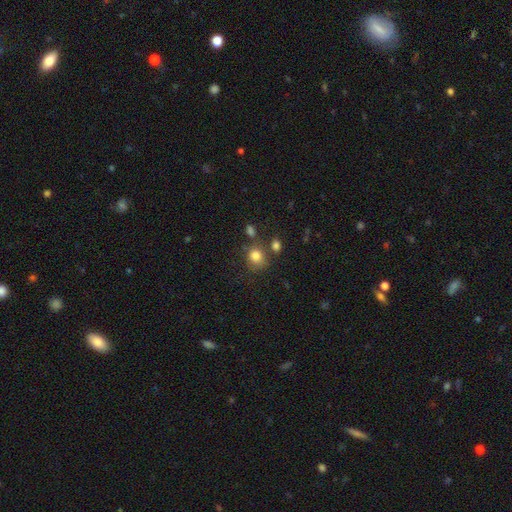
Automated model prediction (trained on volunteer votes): Smooth or featured: smooth — 82% (star or artifact — 11%)
How rounded: round — 74% (in between — 25%)
Merging: none — 66% (minor disturbance — 16%)